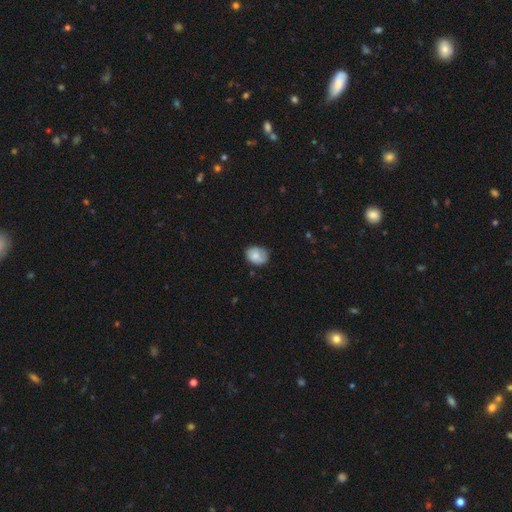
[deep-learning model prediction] smooth-or-featured: smooth: 77% | featured or disk: 16% | star or artifact: 8%
  how-rounded: in between: 54% | round: 46% | cigar-shaped: 1%
  merging: none: 65% | minor disturbance: 27% | major disturbance: 6% | merger: 2%